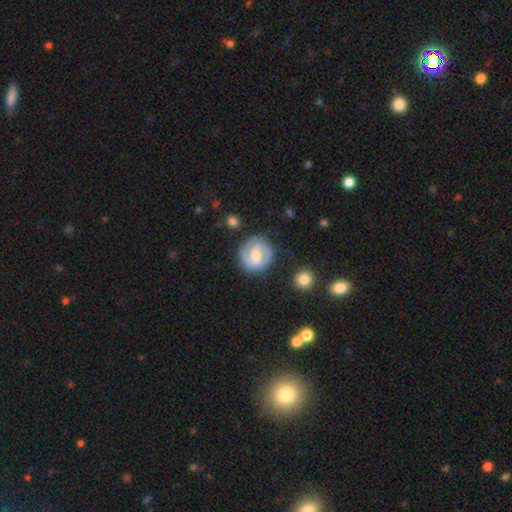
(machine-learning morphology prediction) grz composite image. It shows a featured or disk galaxy (73%) with a weak bar (52%), 2 (71%) tight (51%) spiral arms (92%) and a moderate central bulge (54%). Merging: none (74%).